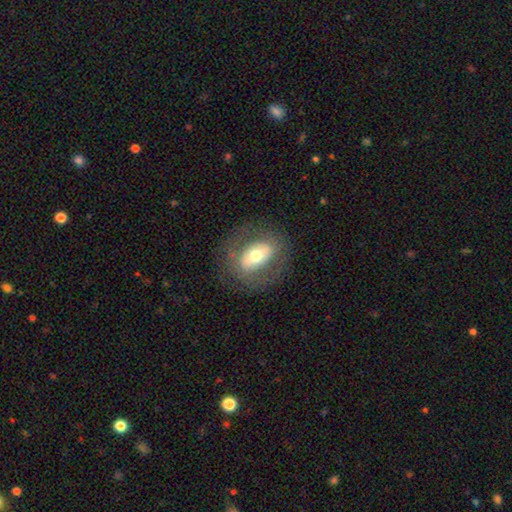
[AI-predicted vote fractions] smooth-or-featured: smooth: 47% | featured or disk: 45% | star or artifact: 8%
  merging: none: 75% | minor disturbance: 14% | major disturbance: 10% | merger: 1%